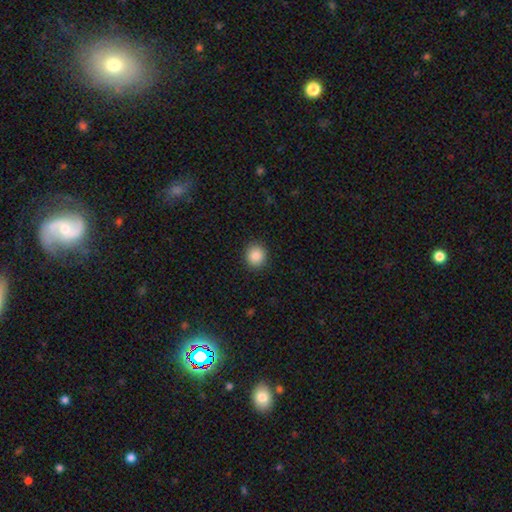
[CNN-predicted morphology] A smooth galaxy with no disk features (88%) that is round (84%).

Vote fractions:
- Smooth or featured? smooth: 88% / star or artifact: 9% / featured or disk: 3%
- How rounded? round: 84% / in between: 15% / cigar-shaped: 1%
- Merging? none: 91% / minor disturbance: 6% / major disturbance: 2% / merger: 1%